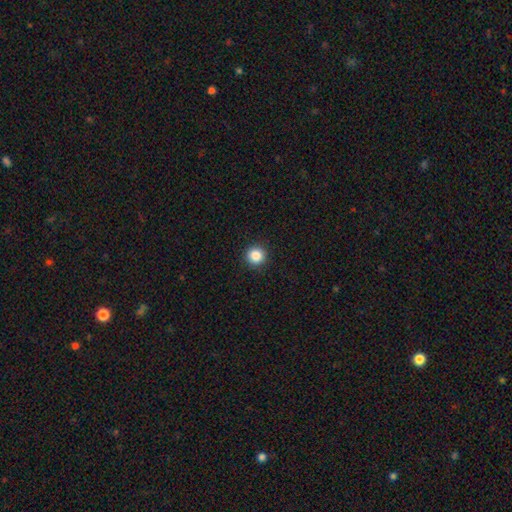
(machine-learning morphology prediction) A smooth galaxy with no disk features (86%) that is round (95%).

Vote fractions:
- Smooth or featured? smooth: 86% / star or artifact: 10% / featured or disk: 3%
- How rounded? round: 95% / in between: 4% / cigar-shaped: 1%
- Merging? none: 93% / minor disturbance: 4% / major disturbance: 2% / merger: 1%